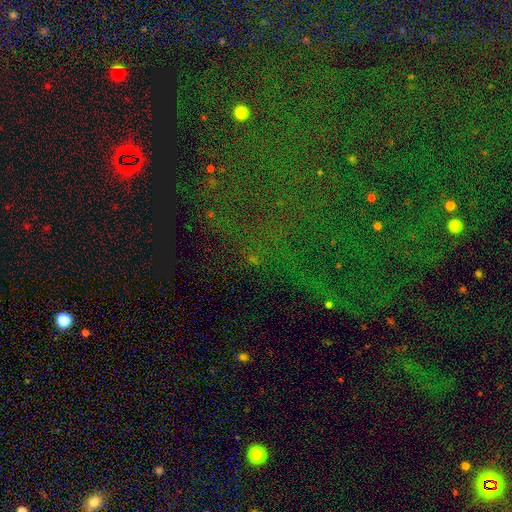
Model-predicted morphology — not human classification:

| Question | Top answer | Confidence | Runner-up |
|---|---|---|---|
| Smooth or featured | star or artifact | 76% | smooth (13%) |